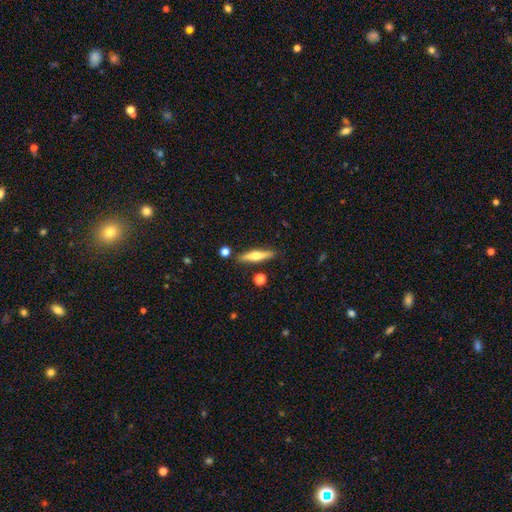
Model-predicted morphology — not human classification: Smooth or featured?
  - featured or disk: 50% *
  - smooth: 44%
  - star or artifact: 6%
Merging?
  - none: 85% *
  - minor disturbance: 9%
  - merger: 4%
  - major disturbance: 2%